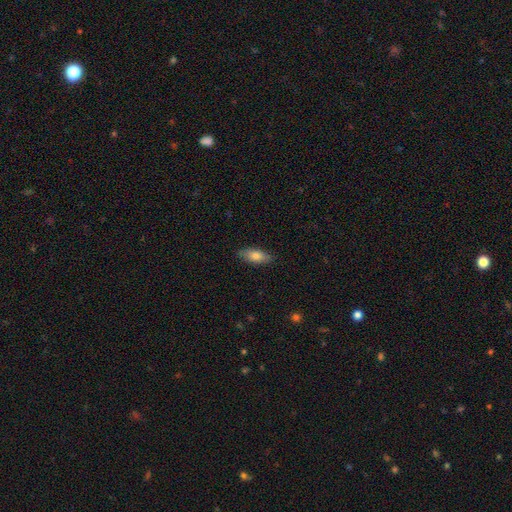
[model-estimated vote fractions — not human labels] Smooth or featured? smooth (76%)
How rounded? in between (80%)
Merging? none (85%)